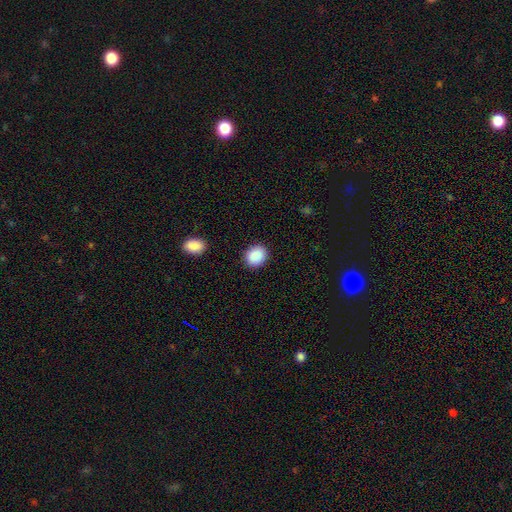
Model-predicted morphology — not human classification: Overall: smooth (90%). How rounded: round (55%; in between 44%). Merging: none (89%).